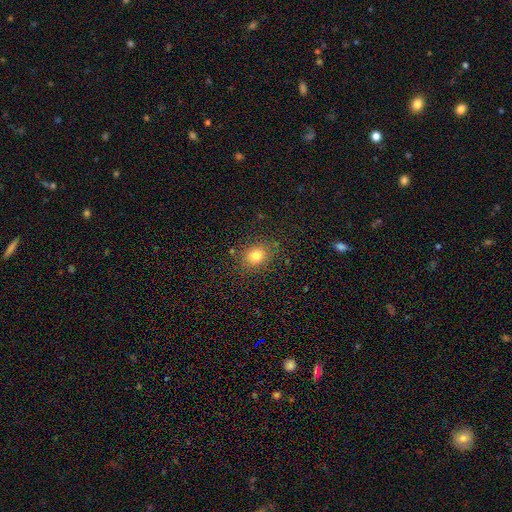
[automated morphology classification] Smooth or featured? Predicted: smooth (p=0.79). How rounded? Predicted: round (p=0.56). Merging? Predicted: none (p=0.84).